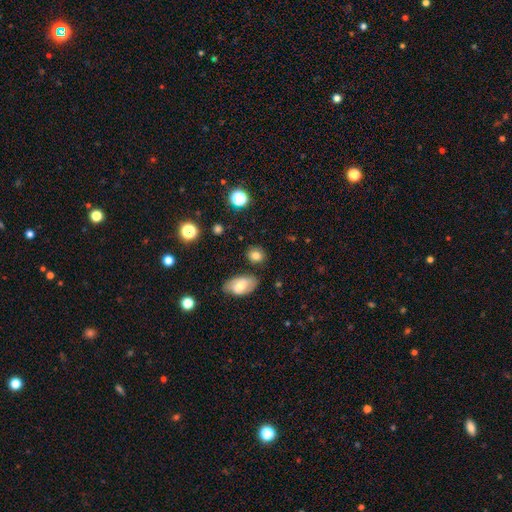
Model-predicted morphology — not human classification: smooth 79%, star or artifact 11%, featured or disk 10%. Down the decision tree: how rounded — round (55%); merging — none (79%).